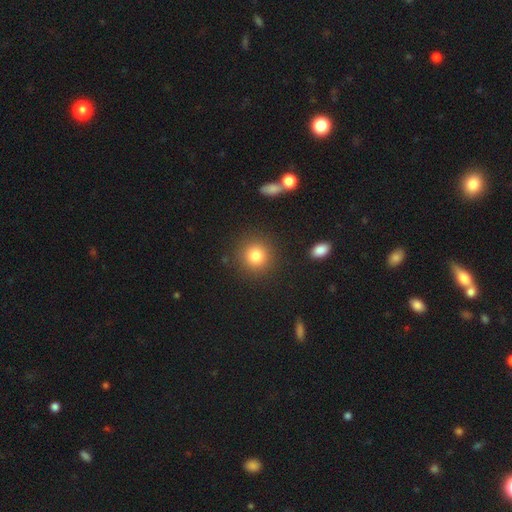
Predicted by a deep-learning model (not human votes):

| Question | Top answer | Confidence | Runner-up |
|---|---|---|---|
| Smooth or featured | smooth | 82% | star or artifact (11%) |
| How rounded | round | 92% | in between (7%) |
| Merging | none | 88% | minor disturbance (7%) |